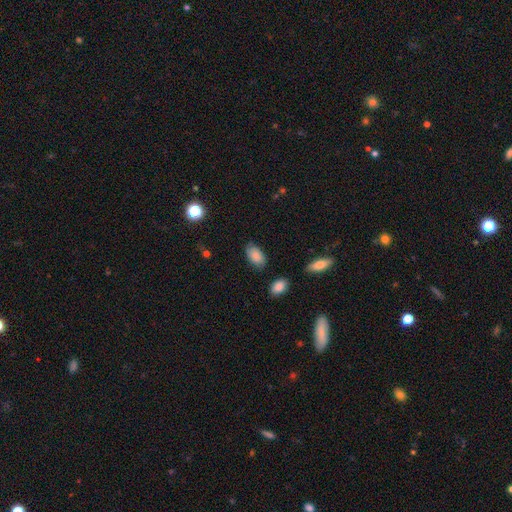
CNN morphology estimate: This appears to be a smooth galaxy with no disk features (82%) that is in between round and cigar-shaped (93%). Merging: none (75%).